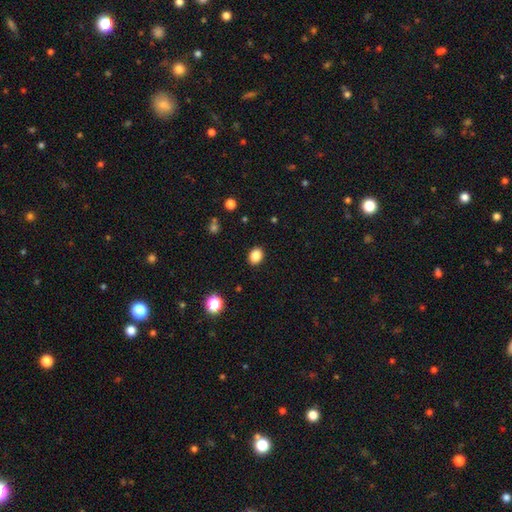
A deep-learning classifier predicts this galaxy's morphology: Smooth or featured? Predicted: smooth (p=0.86). How rounded? Predicted: in between (p=0.61). Merging? Predicted: none (p=0.90).